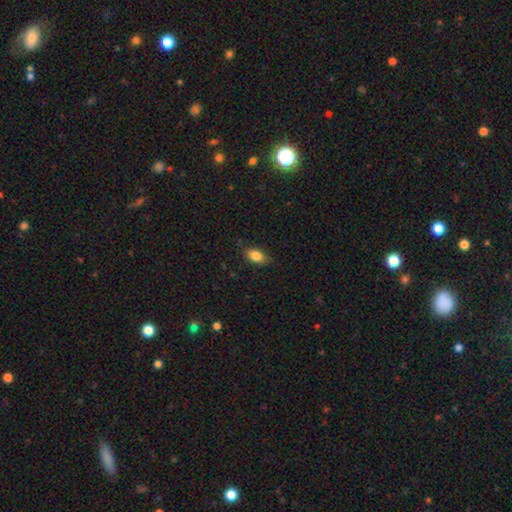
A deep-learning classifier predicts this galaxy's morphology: The model was most divided on "merging": none: 78%, minor disturbance: 17%, major disturbance: 3%, merger: 1%. More confident: how rounded — in between (88%); smooth or featured — smooth (84%).